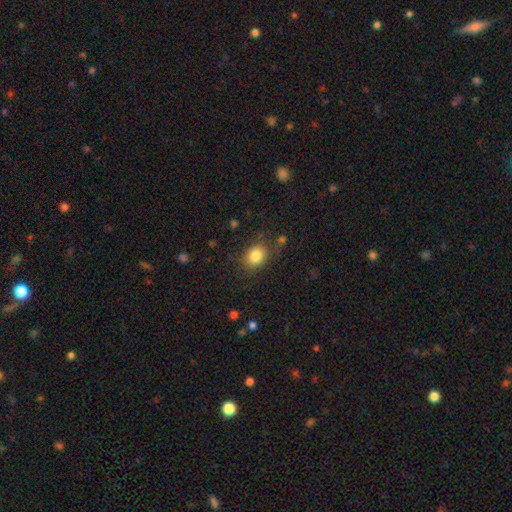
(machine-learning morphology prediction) This appears to be a smooth galaxy with no disk features (84%) that is in between round and cigar-shaped (53%). Merging: none (77%).